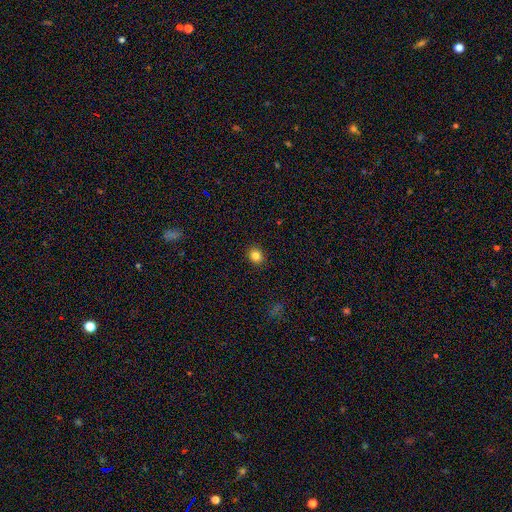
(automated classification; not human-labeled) Smooth or featured? Predicted: smooth (p=0.84). How rounded? Predicted: round (p=0.77). Merging? Predicted: none (p=0.92).